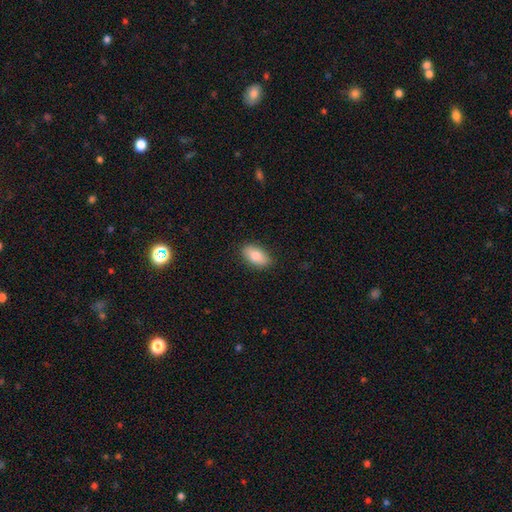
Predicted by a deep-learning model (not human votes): smooth-or-featured: smooth: 80% | featured or disk: 13% | star or artifact: 7%
  how-rounded: in between: 91% | round: 5% | cigar-shaped: 3%
  merging: none: 87% | minor disturbance: 10% | major disturbance: 2% | merger: 1%